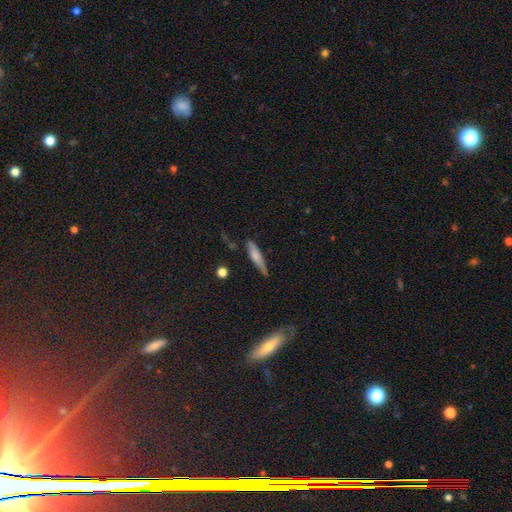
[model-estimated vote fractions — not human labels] Smooth or featured: smooth — 67% (featured or disk — 26%)
How rounded: cigar-shaped — 84% (in between — 14%)
Merging: none — 68% (minor disturbance — 24%)